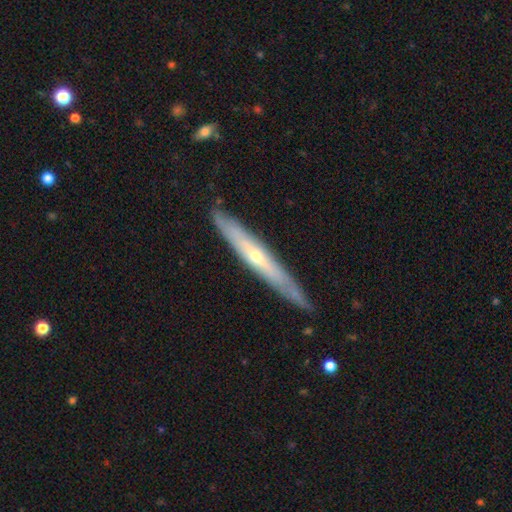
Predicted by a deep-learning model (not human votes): Smooth or featured?
  - featured or disk: 66% *
  - smooth: 28%
  - star or artifact: 6%
Edge-on disk?
  - yes: 86% *
  - no: 14%
Edge-on bulge?
  - rounded: 70% *
  - none: 28%
  - boxy: 2%
Merging?
  - none: 84% *
  - minor disturbance: 12%
  - major disturbance: 2%
  - merger: 1%